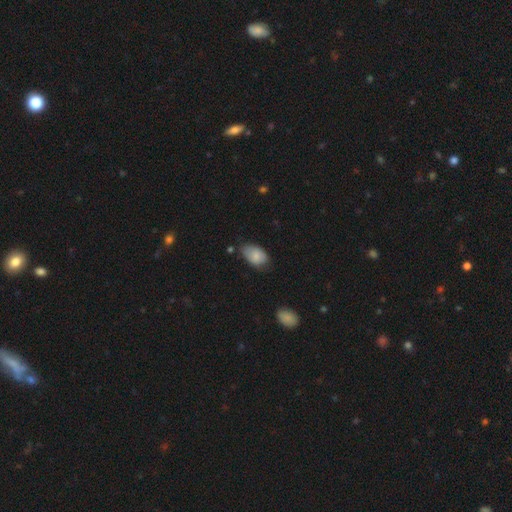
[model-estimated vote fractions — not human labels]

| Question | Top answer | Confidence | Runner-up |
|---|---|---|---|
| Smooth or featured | smooth | 83% | featured or disk (10%) |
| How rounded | in between | 92% | round (7%) |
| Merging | none | 57% | minor disturbance (34%) |